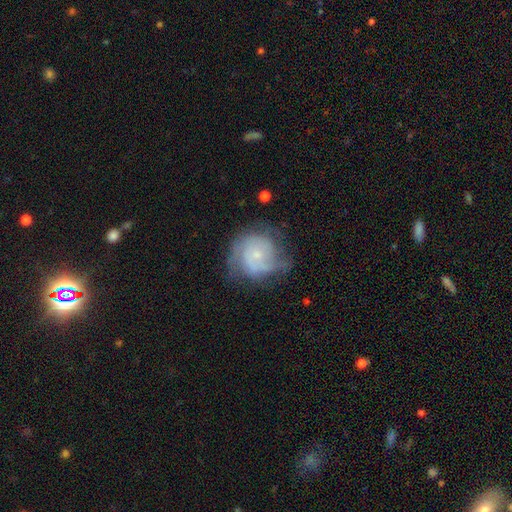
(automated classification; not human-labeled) Q: Smooth or featured?
A: featured or disk (63%); runner-up: smooth (29%)
Q: Edge-on disk?
A: no (98%); runner-up: yes (2%)
Q: Bar?
A: no (78%); runner-up: weak (20%)
Q: Spiral arms?
A: yes (82%); runner-up: no (18%)
Q: Spiral winding?
A: tight (49%); runner-up: medium (35%)
Q: Spiral arm count?
A: can't tell (37%); runner-up: 2 (30%)
Q: Bulge size?
A: small (72%); runner-up: moderate (19%)
Q: Merging?
A: none (50%); runner-up: minor disturbance (27%)